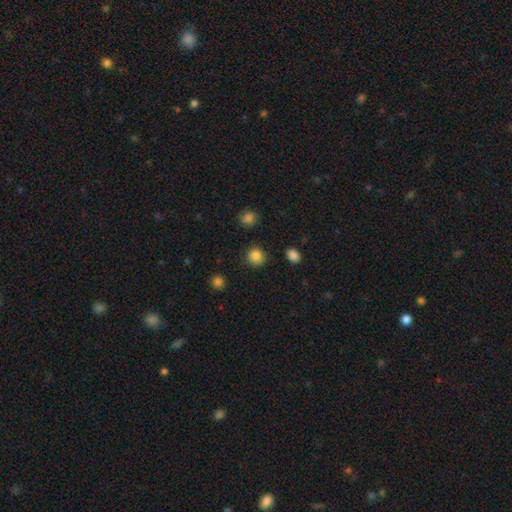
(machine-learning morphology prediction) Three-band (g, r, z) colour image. It shows a smooth galaxy with no disk features (84%) that is round (88%). Merging: none (86%).